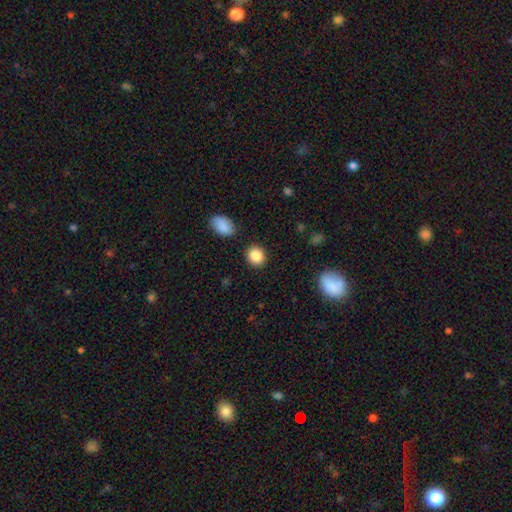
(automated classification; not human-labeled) The model was most divided on "how rounded": round: 78%, in between: 21%, cigar-shaped: 1%. More confident: smooth or featured — smooth (88%); merging — none (87%).